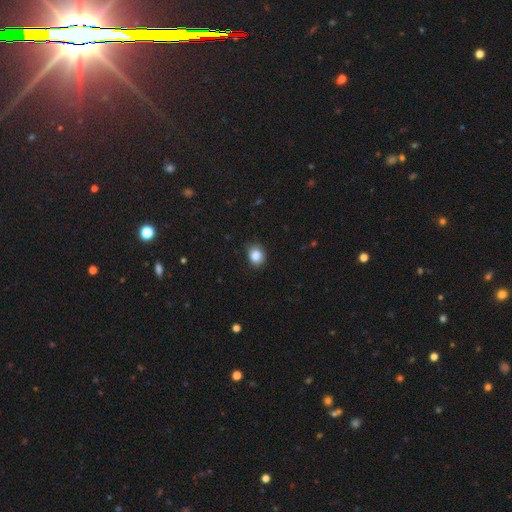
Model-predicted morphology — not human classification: Smooth or featured? smooth (86%)
How rounded? round (59%)
Merging? none (78%)